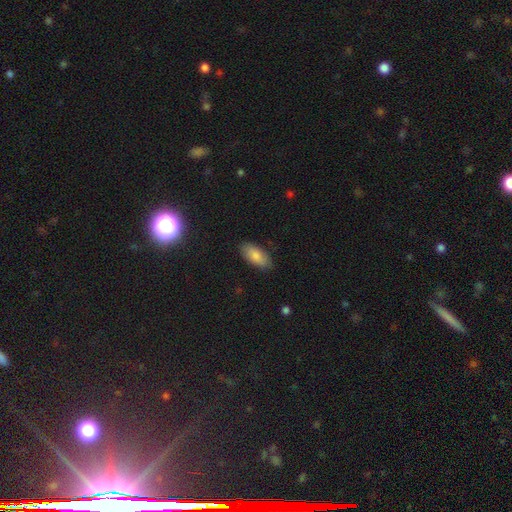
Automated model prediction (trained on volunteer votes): Morphology: type=smooth (85%); roundness=in between (90%); merging=none (86%).